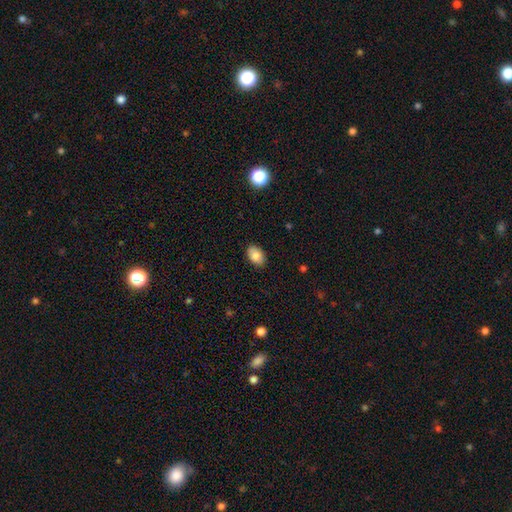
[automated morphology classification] Smooth or featured? Predicted: smooth (p=0.83). How rounded? Predicted: in between (p=0.88). Merging? Predicted: none (p=0.87).